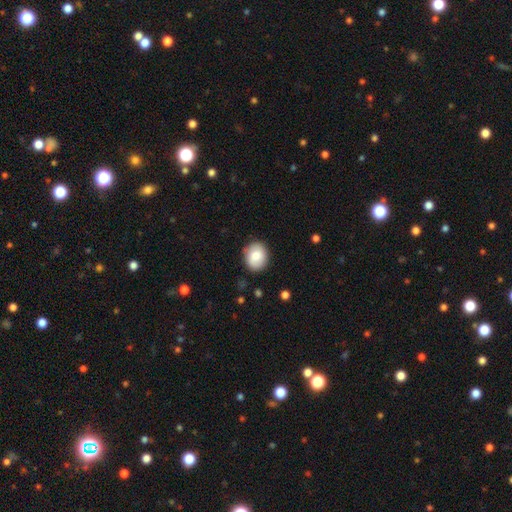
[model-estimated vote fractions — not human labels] The model was most divided on "how rounded": round: 62%, in between: 37%, cigar-shaped: 1%. More confident: merging — none (86%); smooth or featured — smooth (79%).